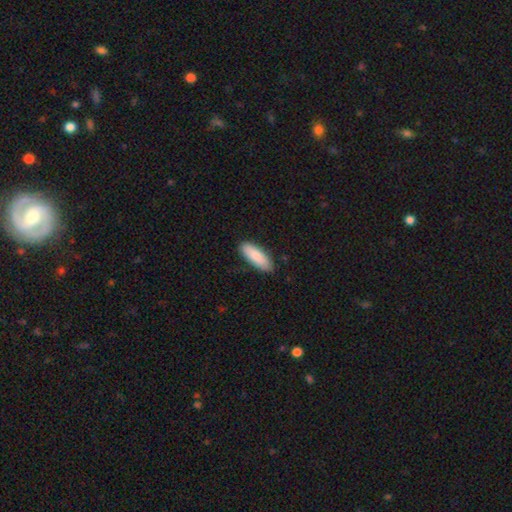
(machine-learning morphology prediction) The model was most divided on "how rounded": in between: 66%, cigar-shaped: 32%, round: 2%. More confident: smooth or featured — smooth (87%); merging — none (85%).